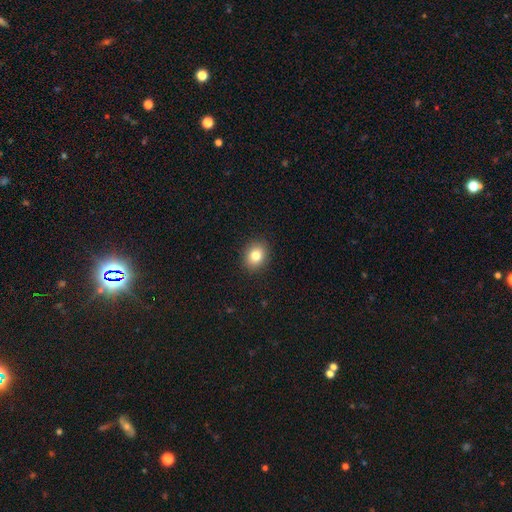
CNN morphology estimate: Smooth or featured?
  - smooth: 82% *
  - star or artifact: 10%
  - featured or disk: 8%
How rounded?
  - round: 59% *
  - in between: 41%
  - cigar-shaped: 1%
Merging?
  - none: 91% *
  - minor disturbance: 6%
  - major disturbance: 2%
  - merger: 1%